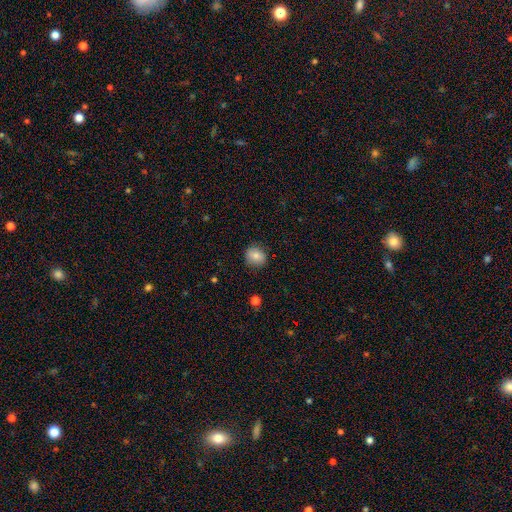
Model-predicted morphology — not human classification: The model was most divided on "how rounded": round: 77%, in between: 22%, cigar-shaped: 1%. More confident: merging — none (85%); smooth or featured — smooth (80%).